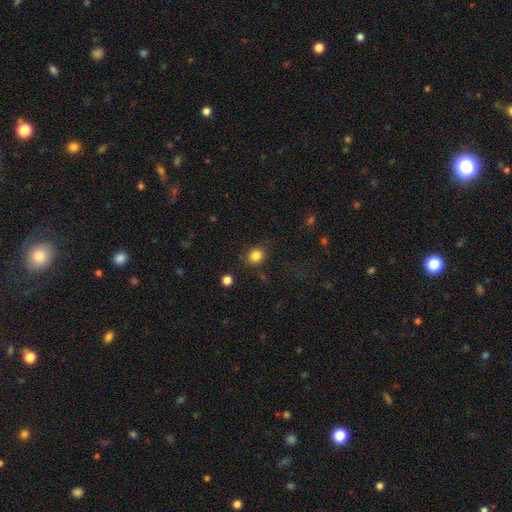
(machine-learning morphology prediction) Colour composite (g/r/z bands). It shows a smooth galaxy with no disk features (84%) that is round (74%). Merging: none (84%).